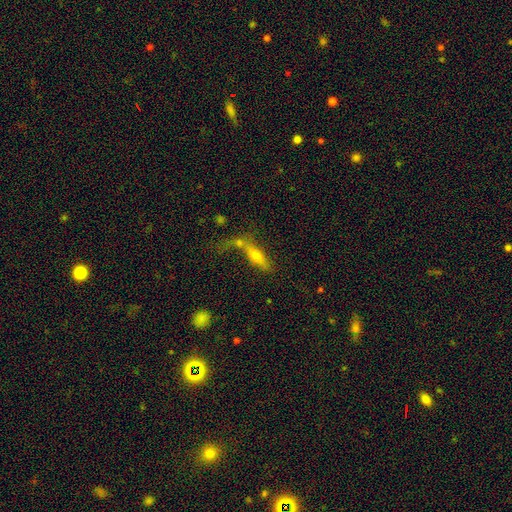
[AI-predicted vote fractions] A featured or disk galaxy (46%). Merging: none (43%).